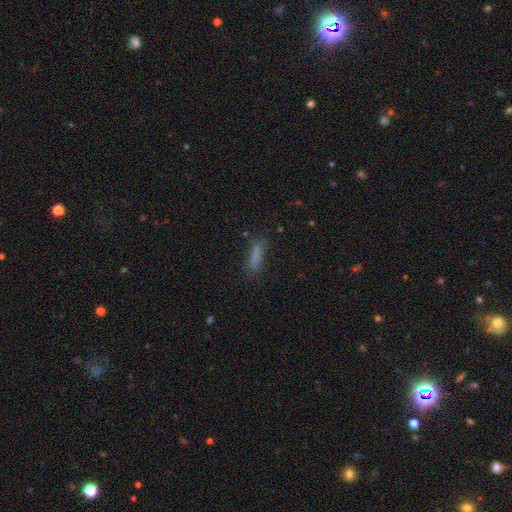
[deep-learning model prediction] Smooth or featured: smooth — 79% (star or artifact — 11%)
How rounded: cigar-shaped — 77% (in between — 21%)
Merging: none — 75% (minor disturbance — 16%)